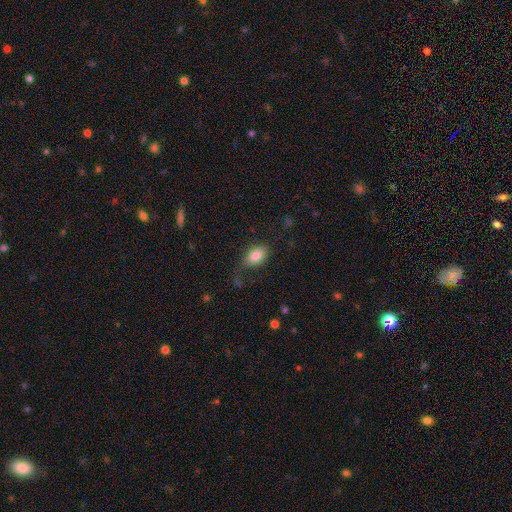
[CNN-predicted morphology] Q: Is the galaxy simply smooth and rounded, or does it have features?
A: smooth — 84%.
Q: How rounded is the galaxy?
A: in between — 88%.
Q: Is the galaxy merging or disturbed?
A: none — 71%.